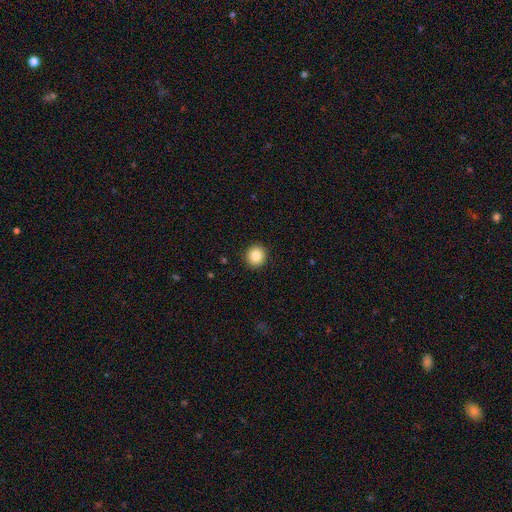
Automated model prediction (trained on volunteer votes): Morphology: type=smooth (85%); roundness=round (90%); merging=none (92%).